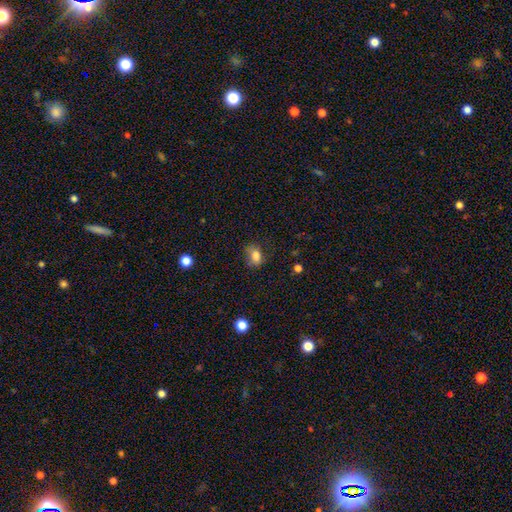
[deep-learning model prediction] Smooth or featured?
  - smooth: 81% *
  - star or artifact: 11%
  - featured or disk: 9%
How rounded?
  - in between: 63% *
  - round: 36%
  - cigar-shaped: 1%
Merging?
  - none: 63% *
  - minor disturbance: 25%
  - major disturbance: 9%
  - merger: 2%